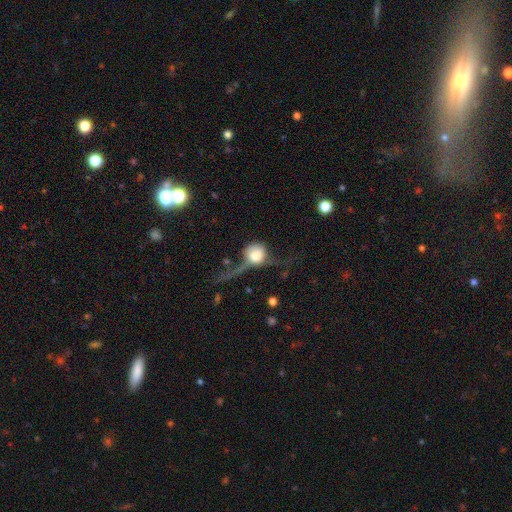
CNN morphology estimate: Q: Smooth or featured?
A: smooth (53%); runner-up: featured or disk (38%)
Q: How rounded?
A: round (86%); runner-up: in between (11%)
Q: Merging?
A: major disturbance (46%); runner-up: none (29%)